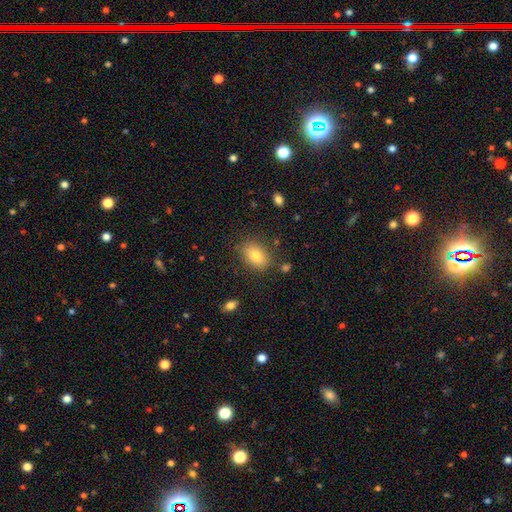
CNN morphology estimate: Smooth or featured? Predicted: smooth (p=0.80). How rounded? Predicted: in between (p=0.83). Merging? Predicted: none (p=0.80).